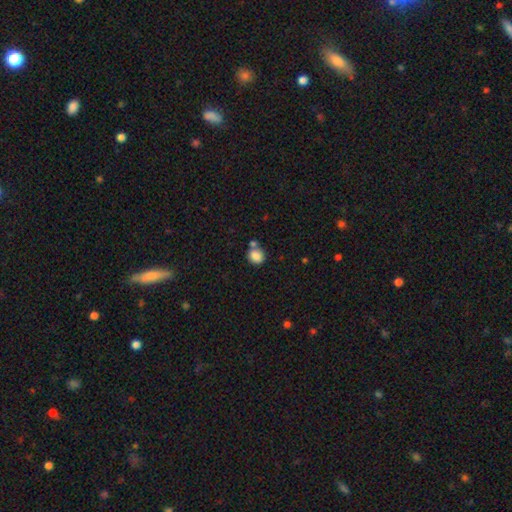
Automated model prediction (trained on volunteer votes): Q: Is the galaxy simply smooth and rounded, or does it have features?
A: smooth — 85%.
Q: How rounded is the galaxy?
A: round — 71%.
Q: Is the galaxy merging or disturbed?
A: none — 63%.